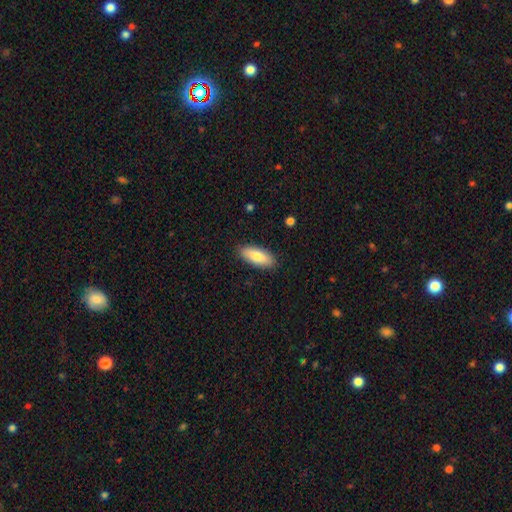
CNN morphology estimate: Smooth or featured? Predicted: smooth (p=0.81). How rounded? Predicted: in between (p=0.83). Merging? Predicted: none (p=0.88).